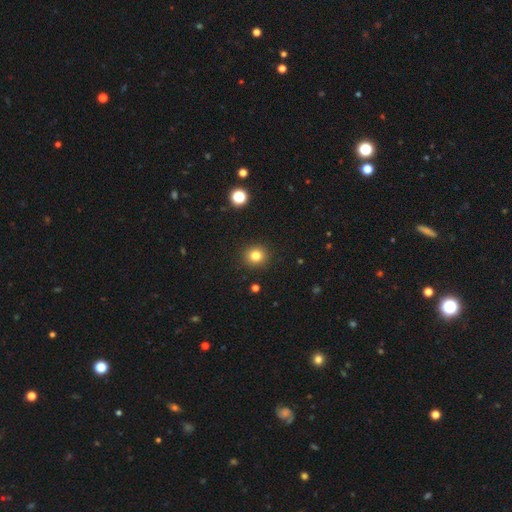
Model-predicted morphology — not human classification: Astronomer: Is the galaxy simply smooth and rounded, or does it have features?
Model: smooth — 82%.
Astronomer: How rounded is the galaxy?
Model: round — 88%.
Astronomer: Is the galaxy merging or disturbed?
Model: none — 91%.